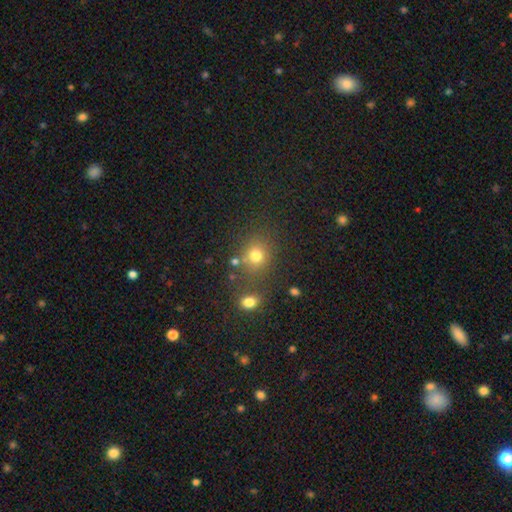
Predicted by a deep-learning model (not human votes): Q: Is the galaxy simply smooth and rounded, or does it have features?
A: smooth — 74%.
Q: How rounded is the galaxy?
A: round — 76%.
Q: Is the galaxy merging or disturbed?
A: none — 69%.